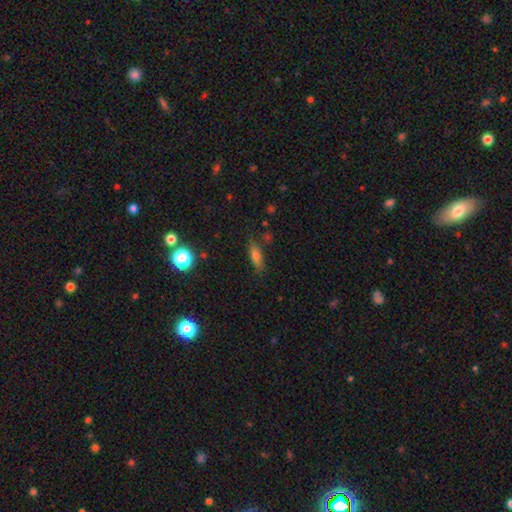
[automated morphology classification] Q: Smooth or featured?
A: smooth (70%); runner-up: featured or disk (17%)
Q: How rounded?
A: in between (60%); runner-up: cigar-shaped (35%)
Q: Merging?
A: none (77%); runner-up: minor disturbance (16%)